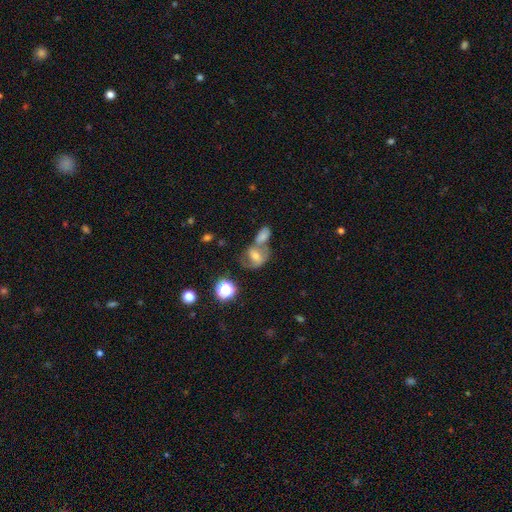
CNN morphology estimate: Smooth or featured? Predicted: featured or disk (p=0.50). Edge-on disk? Predicted: no (p=0.95). Merging? Predicted: merger (p=0.49).